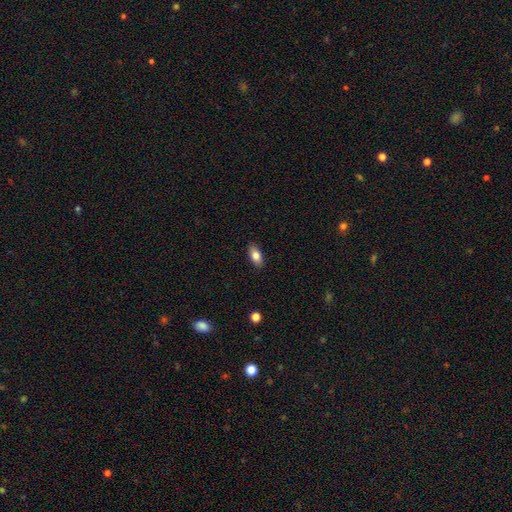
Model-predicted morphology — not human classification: A smooth galaxy with no disk features (79%) that is in between round and cigar-shaped (88%).

Vote fractions:
- Smooth or featured? smooth: 79% / featured or disk: 13% / star or artifact: 7%
- How rounded? in between: 88% / cigar-shaped: 8% / round: 4%
- Merging? none: 89% / minor disturbance: 8% / major disturbance: 2% / merger: 1%